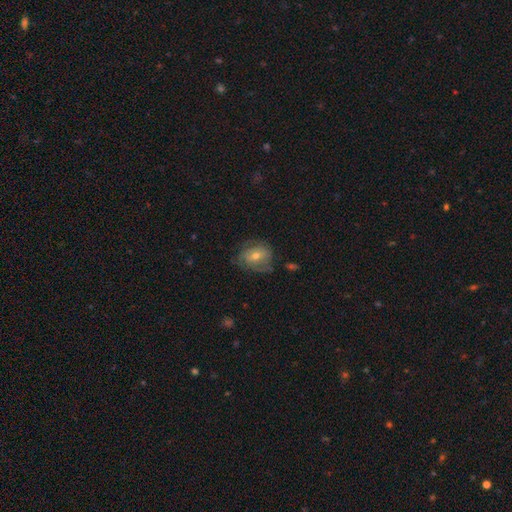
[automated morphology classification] Q: Smooth or featured?
A: featured or disk (52%); runner-up: smooth (39%)
Q: Edge-on disk?
A: no (96%); runner-up: yes (4%)
Q: Bar?
A: no (56%); runner-up: weak (34%)
Q: Spiral arms?
A: yes (68%); runner-up: no (32%)
Q: Bulge size?
A: moderate (61%); runner-up: small (33%)
Q: Merging?
A: none (59%); runner-up: minor disturbance (25%)